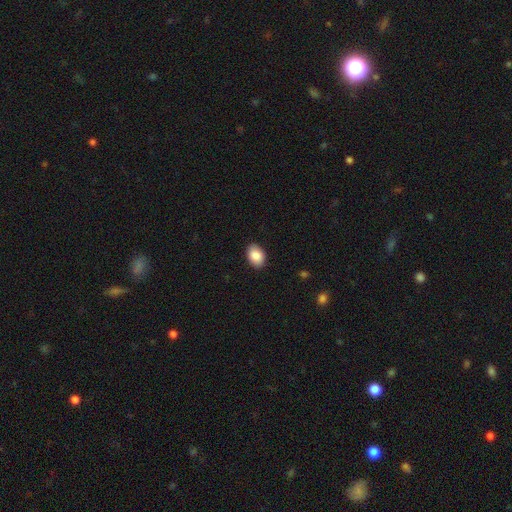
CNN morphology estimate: Smooth or featured? Predicted: smooth (p=0.87). How rounded? Predicted: in between (p=0.84). Merging? Predicted: none (p=0.89).